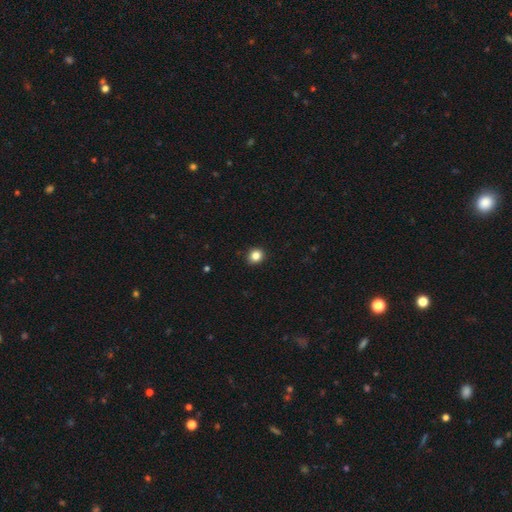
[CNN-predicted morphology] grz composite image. It shows a smooth galaxy with no disk features (84%) that is round (79%). Merging: none (91%).